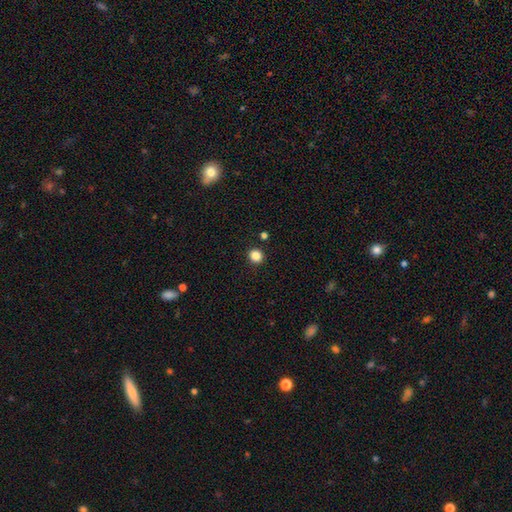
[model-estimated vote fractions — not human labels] smooth 85%, star or artifact 12%, featured or disk 3%. Down the decision tree: how rounded — round (89%); merging — none (91%).